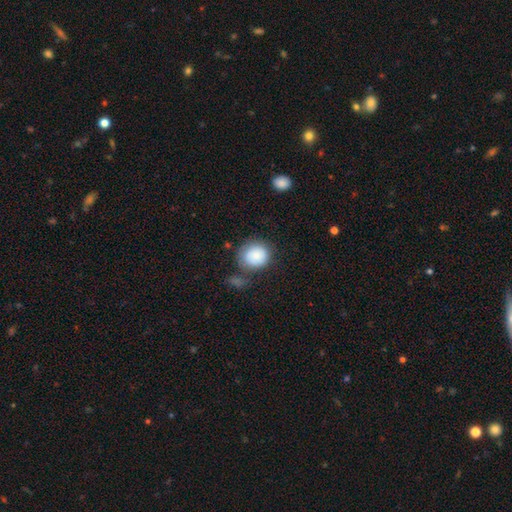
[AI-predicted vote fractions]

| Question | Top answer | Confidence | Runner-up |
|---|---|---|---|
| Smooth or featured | smooth | 85% | featured or disk (8%) |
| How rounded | round | 79% | in between (20%) |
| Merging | none | 59% | minor disturbance (21%) |